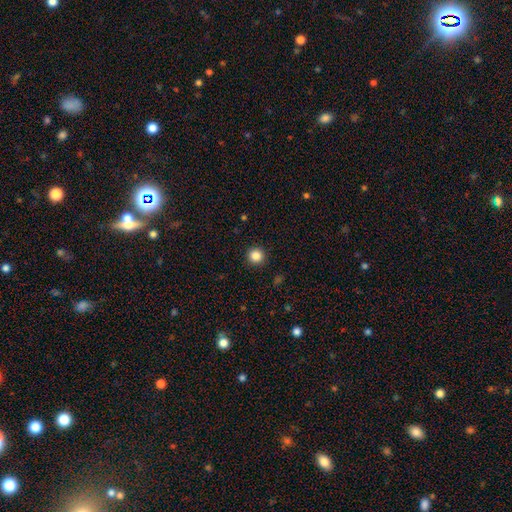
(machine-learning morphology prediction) Smooth or featured: smooth — 84% (star or artifact — 12%)
How rounded: round — 95% (in between — 4%)
Merging: none — 93% (minor disturbance — 4%)